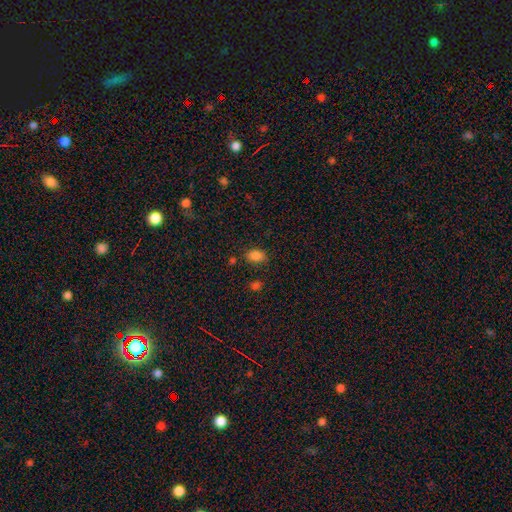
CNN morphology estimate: type=smooth (84%); roundness=in between (79%); merging=none (75%).